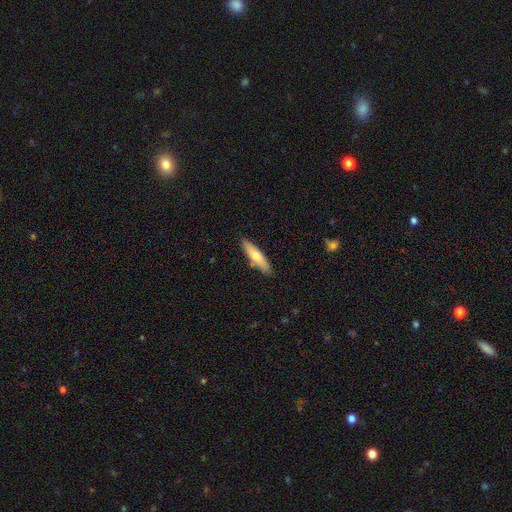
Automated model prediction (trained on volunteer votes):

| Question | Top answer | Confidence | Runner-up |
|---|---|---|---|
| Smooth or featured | smooth | 64% | featured or disk (31%) |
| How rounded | cigar-shaped | 70% | in between (29%) |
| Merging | none | 85% | minor disturbance (11%) |